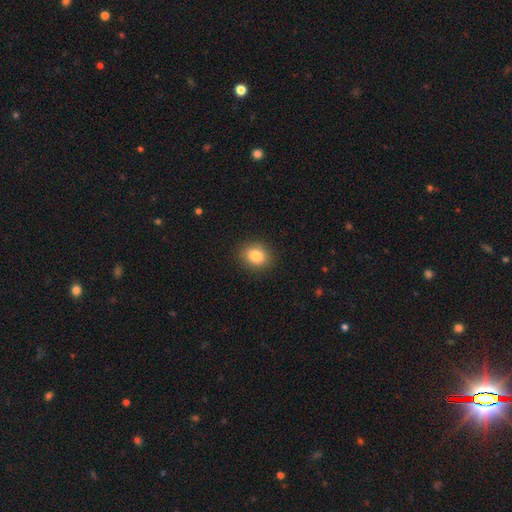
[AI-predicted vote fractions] Overall: smooth (83%). How rounded: round (61%; in between 38%). Merging: none (89%).